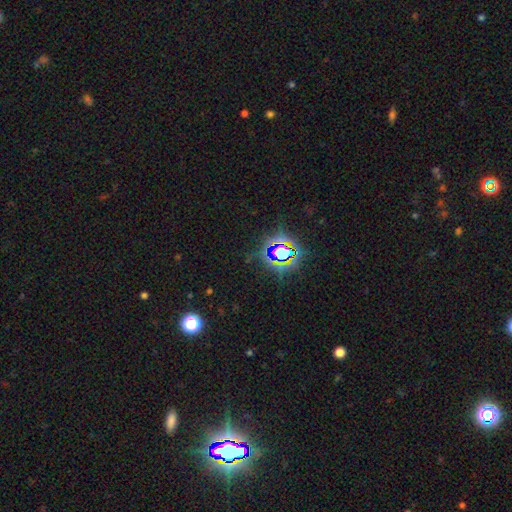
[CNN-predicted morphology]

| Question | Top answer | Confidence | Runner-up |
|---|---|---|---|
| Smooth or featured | star or artifact | 78% | smooth (15%) |